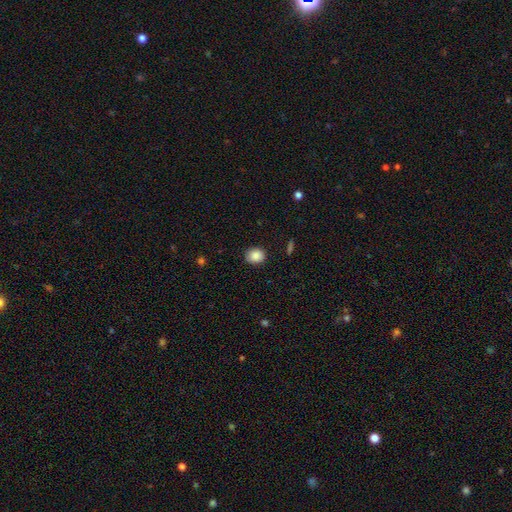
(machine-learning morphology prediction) type=smooth (87%); roundness=round (69%); merging=none (88%).